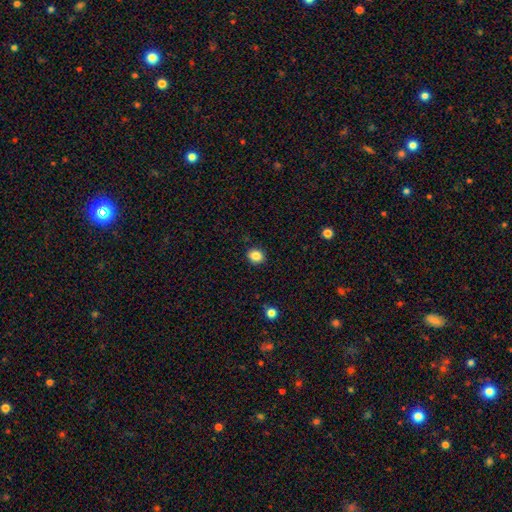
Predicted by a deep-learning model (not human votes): Morphology: type=smooth (85%); roundness=round (67%); merging=none (90%).